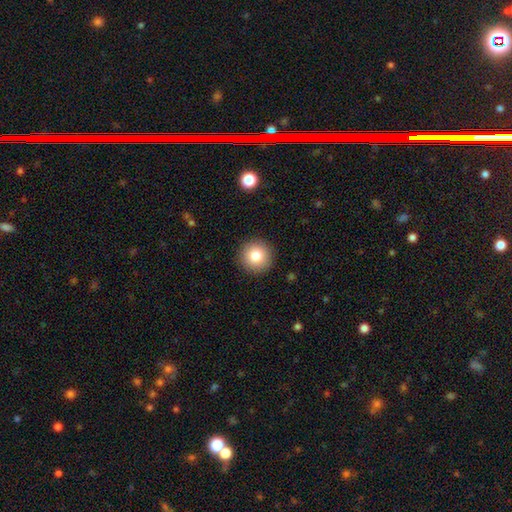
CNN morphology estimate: Smooth or featured?
  - smooth: 81% *
  - star or artifact: 10%
  - featured or disk: 9%
How rounded?
  - round: 96% *
  - in between: 4%
  - cigar-shaped: 1%
Merging?
  - none: 92% *
  - minor disturbance: 5%
  - major disturbance: 2%
  - merger: 1%